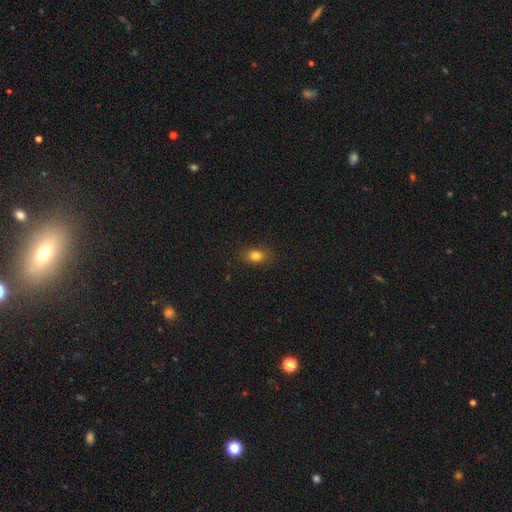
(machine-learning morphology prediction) A smooth galaxy with no disk features (80%) that is in between round and cigar-shaped (74%). Merging: none (86%).